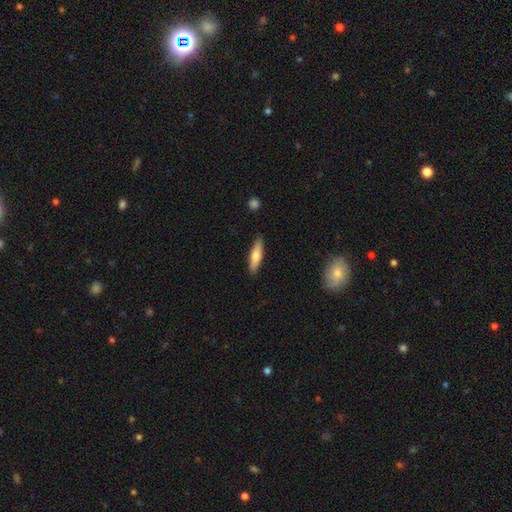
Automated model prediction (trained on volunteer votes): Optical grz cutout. It shows a smooth galaxy with no disk features (69%) that is cigar-shaped (68%). Merging: none (89%).